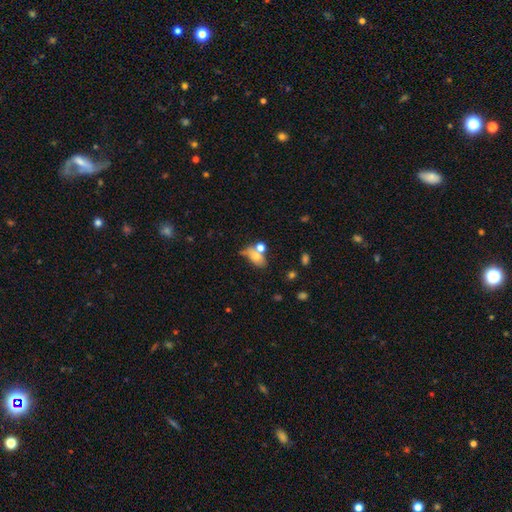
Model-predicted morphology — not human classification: smooth_or_featured: smooth (p=0.67) [alt: featured or disk p=0.22]
how_rounded: in between (p=0.78) [alt: round p=0.17]
merging: merger (p=0.39) [alt: none p=0.33]